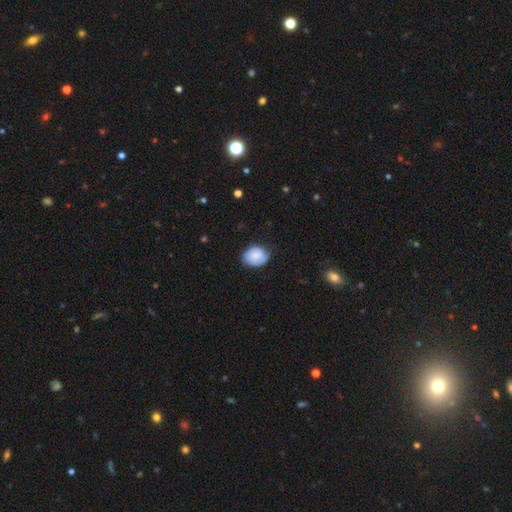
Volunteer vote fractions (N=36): Overall: smooth (78%). How rounded: in between (57%; round 43%). Merging: none (68%).